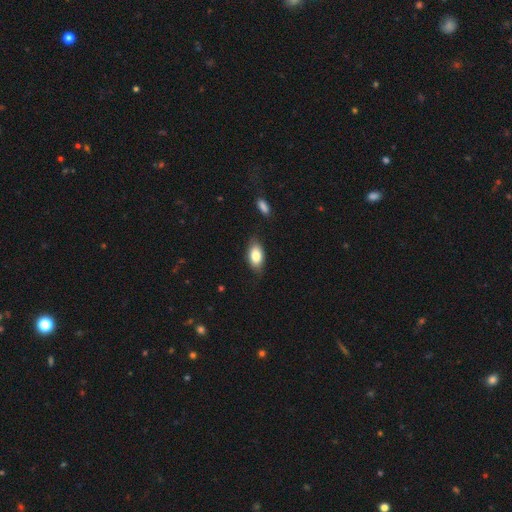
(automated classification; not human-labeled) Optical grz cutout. It shows a smooth galaxy with no disk features (81%) that is in between round and cigar-shaped (91%). Merging: none (77%).